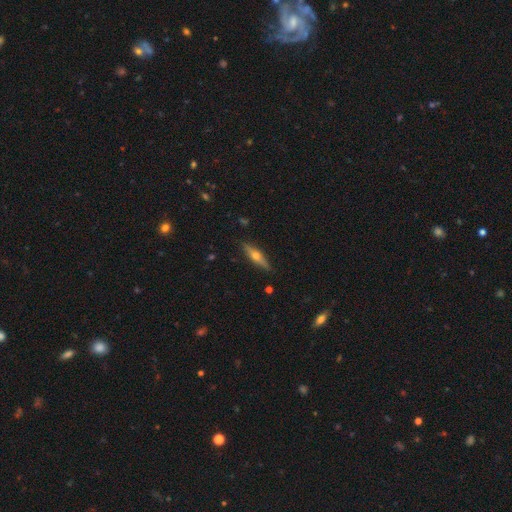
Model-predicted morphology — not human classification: This is possibly a featured or disk galaxy (60%). It is clearly viewed edge-on (95%). Edge-on bulge: clearly rounded (93%). Merging: clearly none (88%).